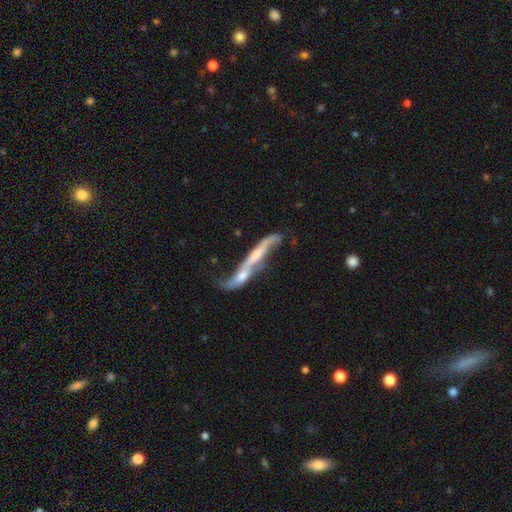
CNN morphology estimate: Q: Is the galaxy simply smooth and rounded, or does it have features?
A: featured or disk — 70%.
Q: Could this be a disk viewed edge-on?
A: yes — 57%.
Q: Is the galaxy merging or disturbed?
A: merger — 42%.